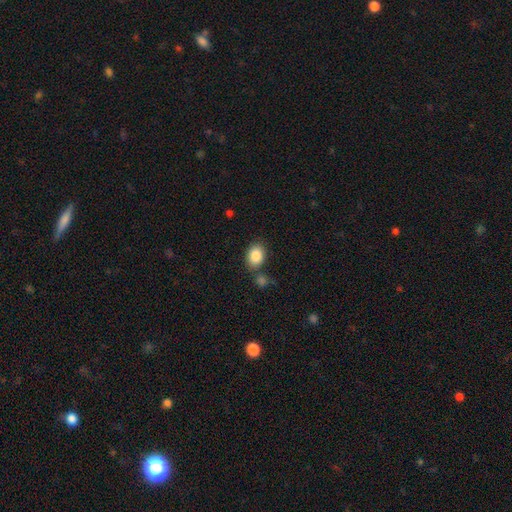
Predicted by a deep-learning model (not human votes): Smooth or featured? smooth (87%)
How rounded? in between (68%)
Merging? none (71%)